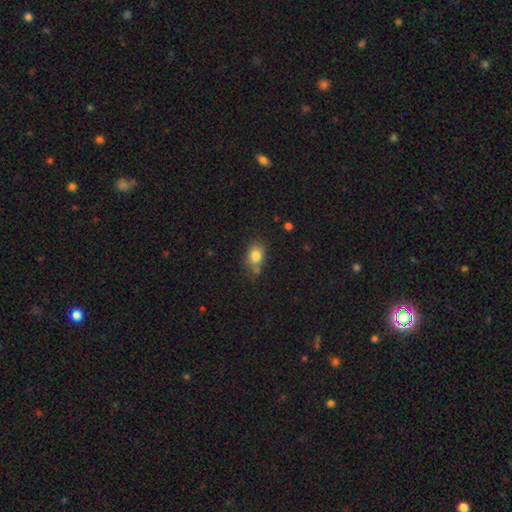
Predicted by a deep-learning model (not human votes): This is clearly a smooth galaxy (82%). How rounded: likely in between (71%). Merging: likely none (64%).